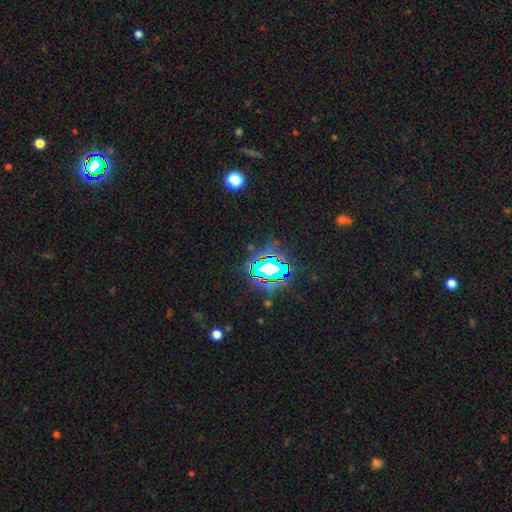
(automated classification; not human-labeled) Smooth or featured? star or artifact (81%)